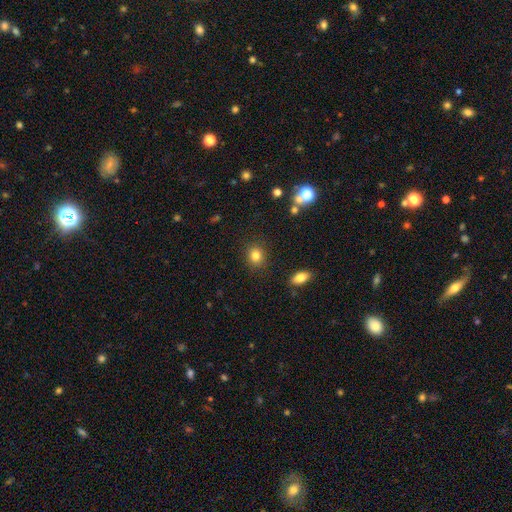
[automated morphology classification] Q: Smooth or featured?
A: smooth (83%); runner-up: star or artifact (11%)
Q: How rounded?
A: round (74%); runner-up: in between (25%)
Q: Merging?
A: none (88%); runner-up: minor disturbance (8%)